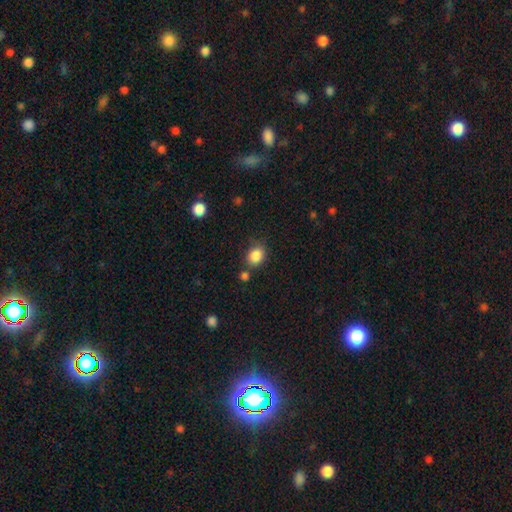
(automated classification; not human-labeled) Smooth or featured? Predicted: smooth (p=0.86). How rounded? Predicted: in between (p=0.52). Merging? Predicted: none (p=0.70).